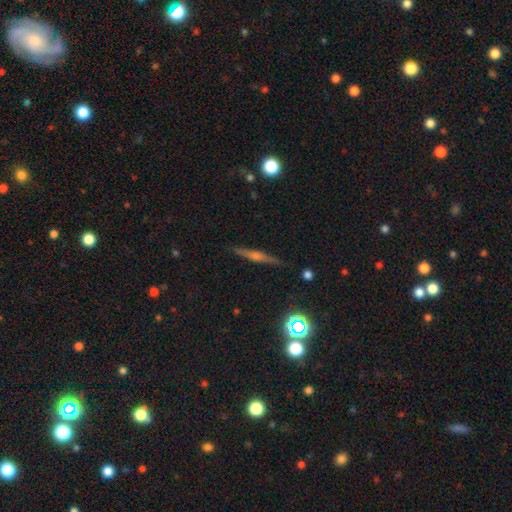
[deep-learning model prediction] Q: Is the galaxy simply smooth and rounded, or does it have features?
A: featured or disk — 65%.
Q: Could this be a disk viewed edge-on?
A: yes — 97%.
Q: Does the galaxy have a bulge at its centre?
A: rounded — 72%.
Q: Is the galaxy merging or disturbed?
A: none — 89%.